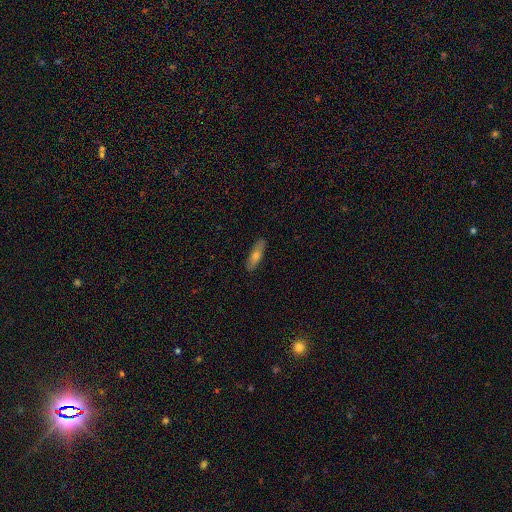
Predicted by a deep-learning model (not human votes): This is likely a smooth galaxy (63%). How rounded: likely cigar-shaped (63%). Merging: clearly none (88%).